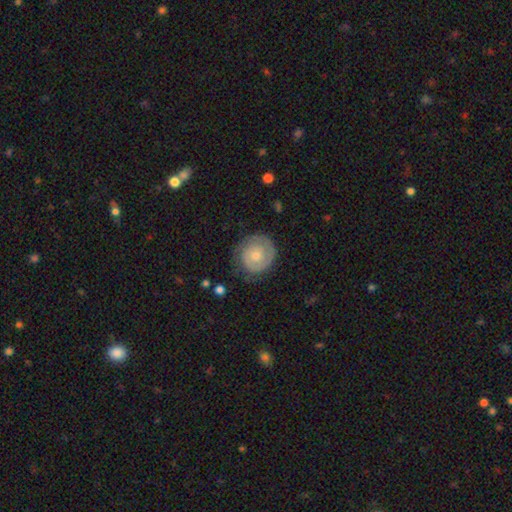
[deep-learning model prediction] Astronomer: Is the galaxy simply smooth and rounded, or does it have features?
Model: featured or disk — 55% (runner-up: smooth, 39%).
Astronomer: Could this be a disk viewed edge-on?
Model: no — 98%.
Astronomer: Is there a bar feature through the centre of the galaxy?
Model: no — 81%.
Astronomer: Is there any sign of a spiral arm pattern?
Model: yes — 77%.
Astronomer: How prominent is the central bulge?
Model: small — 52% (runner-up: moderate, 42%).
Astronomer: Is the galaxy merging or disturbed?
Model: none — 70%.